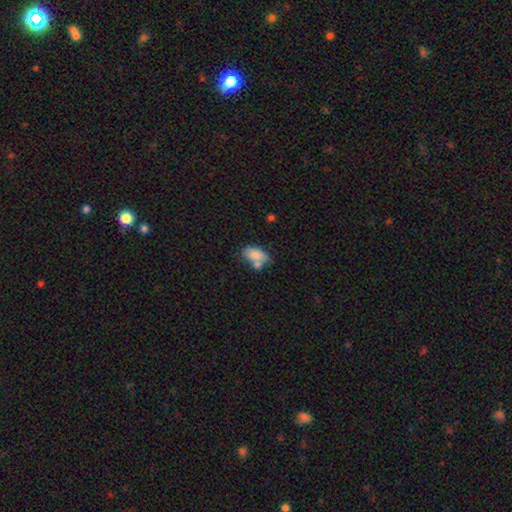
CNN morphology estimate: A smooth galaxy with no disk features (81%) that is in between round and cigar-shaped (90%).

Vote fractions:
- Smooth or featured? smooth: 81% / featured or disk: 11% / star or artifact: 8%
- How rounded? in between: 90% / round: 8% / cigar-shaped: 2%
- Merging? none: 42% / merger: 34% / minor disturbance: 18% / major disturbance: 6%